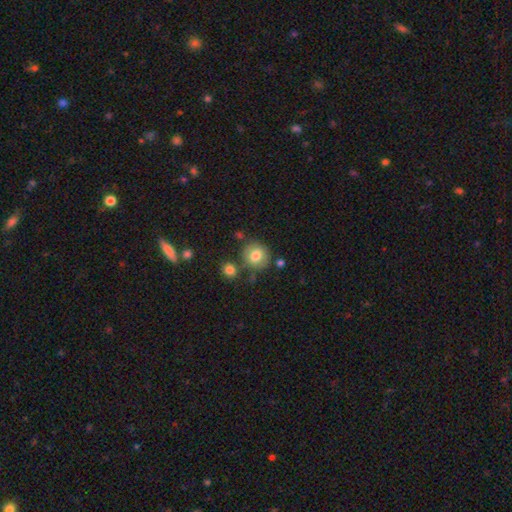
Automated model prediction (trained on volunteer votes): Q: Smooth or featured?
A: smooth (77%); runner-up: featured or disk (13%)
Q: How rounded?
A: round (86%); runner-up: in between (13%)
Q: Merging?
A: none (76%); runner-up: minor disturbance (13%)